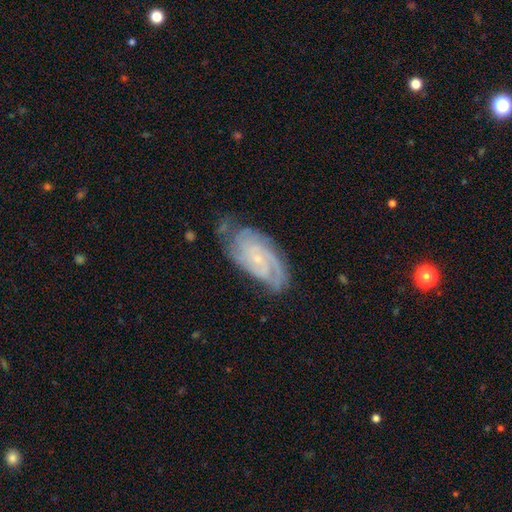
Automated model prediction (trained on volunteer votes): A featured or disk galaxy (82%) with no bar (67%), 2 (30%) tight (66%) spiral arms (97%) and a small central bulge (78%). Merging: none (72%).